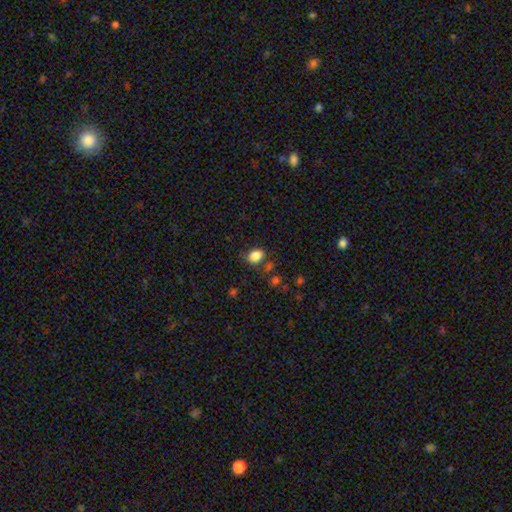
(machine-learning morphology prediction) smooth-or-featured: smooth: 85% | star or artifact: 10% | featured or disk: 5%
  how-rounded: in between: 63% | round: 36% | cigar-shaped: 1%
  merging: none: 74% | minor disturbance: 16% | merger: 5% | major disturbance: 5%